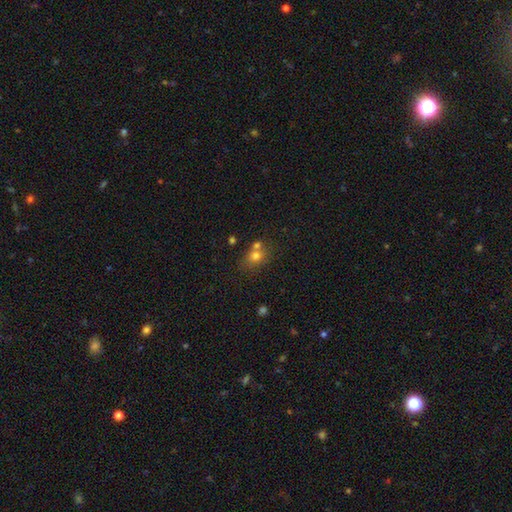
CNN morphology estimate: The model was most divided on "how rounded": round: 52%, in between: 47%, cigar-shaped: 1%. More confident: smooth or featured — smooth (73%); merging — none (50%).